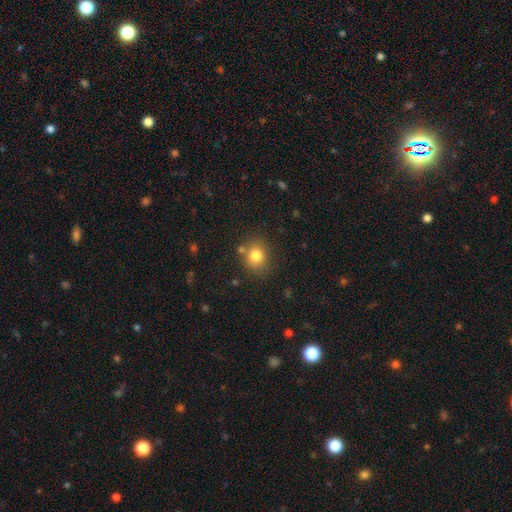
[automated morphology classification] smooth 80%, star or artifact 12%, featured or disk 8%. Down the decision tree: how rounded — round (78%); merging — none (77%).